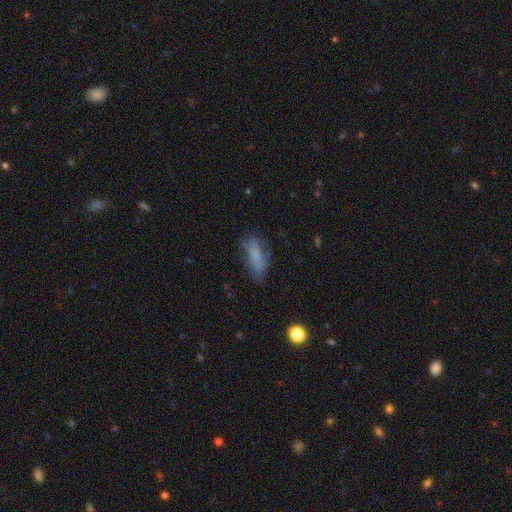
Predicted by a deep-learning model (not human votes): smooth-or-featured: smooth: 68% | featured or disk: 21% | star or artifact: 11%
  how-rounded: in between: 66% | cigar-shaped: 30% | round: 3%
  merging: none: 57% | minor disturbance: 26% | major disturbance: 14% | merger: 3%